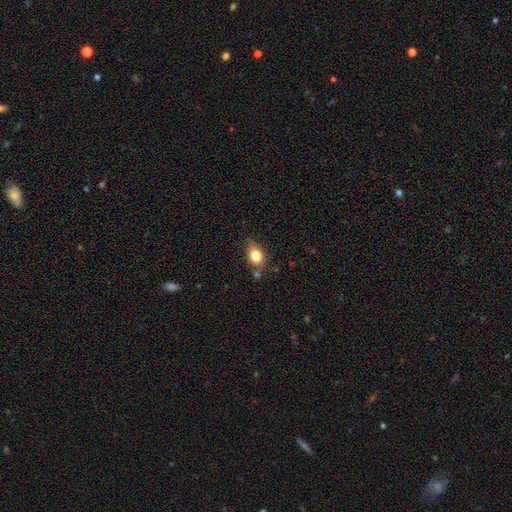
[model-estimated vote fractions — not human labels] Overall: smooth (79%). How rounded: in between (69%). Merging: none (62%; minor disturbance 25%).